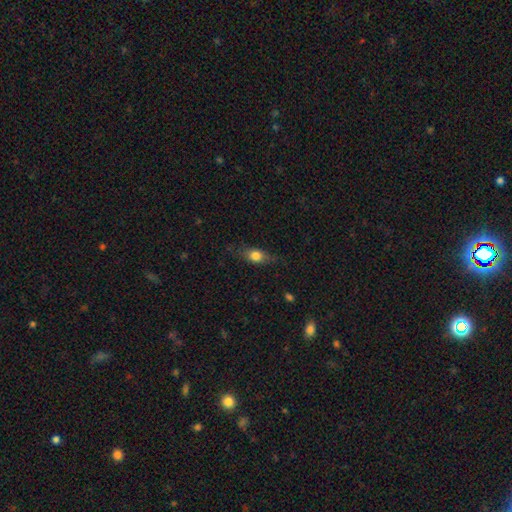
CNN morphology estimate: Smooth or featured? Predicted: smooth (p=0.68). How rounded? Predicted: in between (p=0.62). Merging? Predicted: none (p=0.71).